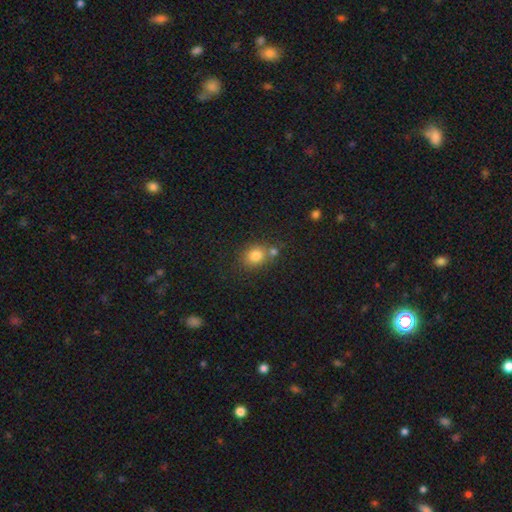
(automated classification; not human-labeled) The model was most divided on "merging": none: 57%, merger: 27%, minor disturbance: 12%, major disturbance: 4%. More confident: smooth or featured — smooth (80%); how rounded — round (65%).